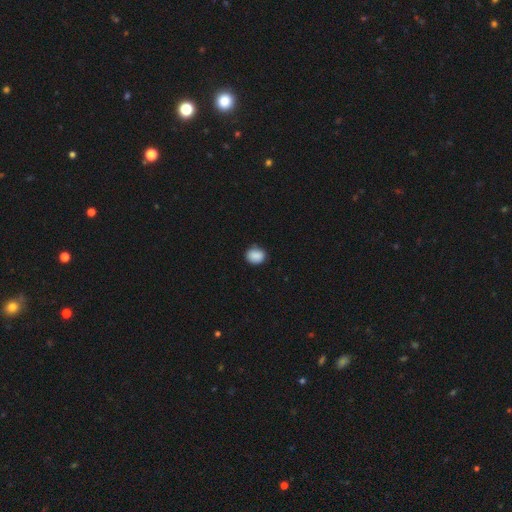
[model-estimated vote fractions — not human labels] Smooth or featured?
  - smooth: 88% *
  - star or artifact: 8%
  - featured or disk: 4%
How rounded?
  - round: 67% *
  - in between: 32%
  - cigar-shaped: 1%
Merging?
  - none: 82% *
  - minor disturbance: 14%
  - major disturbance: 3%
  - merger: 1%